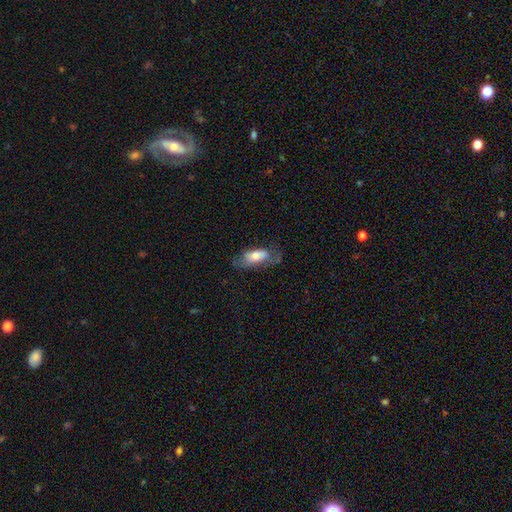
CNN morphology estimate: Smooth or featured? smooth (66%)
How rounded? in between (79%)
Merging? none (45%)